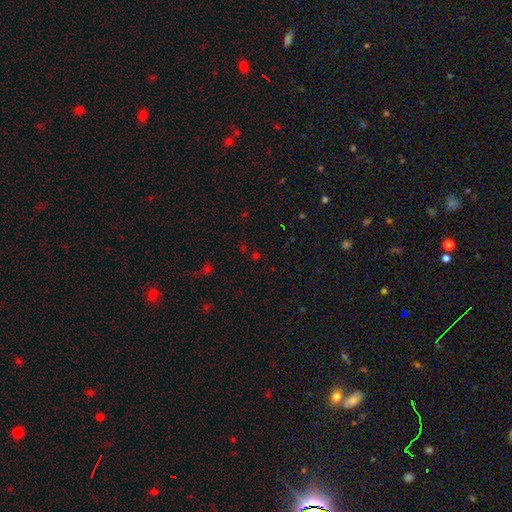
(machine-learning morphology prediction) Smooth or featured? star or artifact (59%)